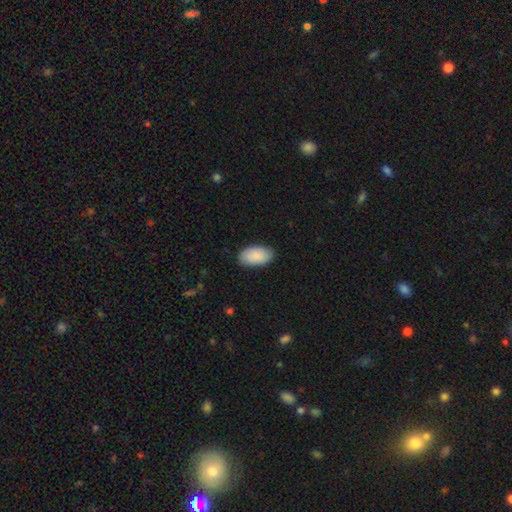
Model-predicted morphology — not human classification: smooth 89%, featured or disk 6%, star or artifact 5%. Down the decision tree: how rounded — in between (96%); merging — none (86%).